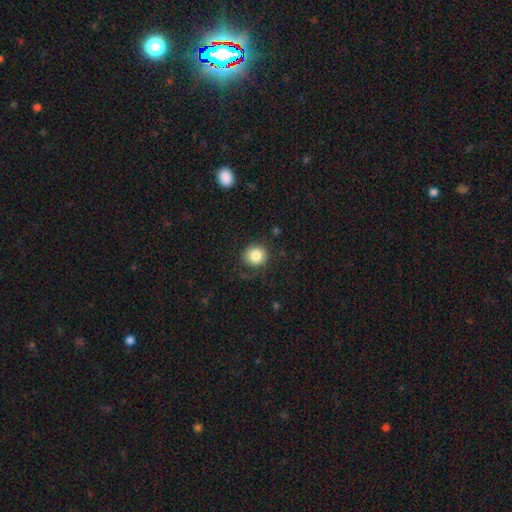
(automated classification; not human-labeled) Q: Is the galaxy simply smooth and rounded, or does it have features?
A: smooth — 83%.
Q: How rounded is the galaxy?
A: round — 90%.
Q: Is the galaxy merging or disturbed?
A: none — 81%.